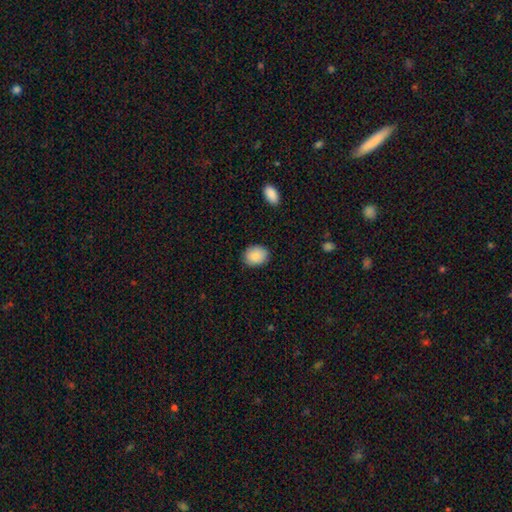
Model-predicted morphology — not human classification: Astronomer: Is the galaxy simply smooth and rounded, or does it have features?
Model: smooth — 88%.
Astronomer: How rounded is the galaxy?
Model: in between — 57% (runner-up: round, 42%).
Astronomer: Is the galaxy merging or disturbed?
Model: none — 86%.